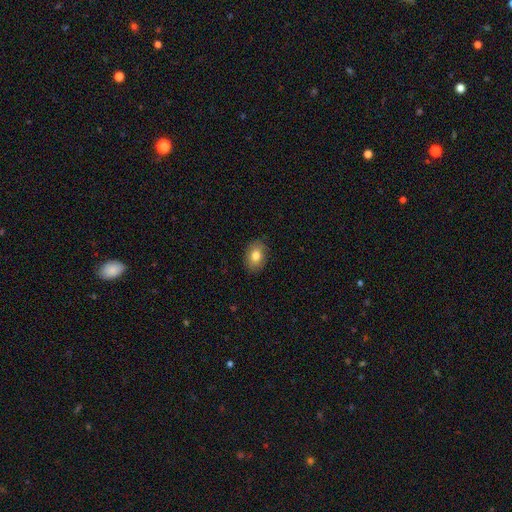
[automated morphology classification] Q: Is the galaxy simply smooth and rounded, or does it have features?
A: smooth — 80%.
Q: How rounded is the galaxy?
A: in between — 78%.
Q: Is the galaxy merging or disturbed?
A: none — 87%.